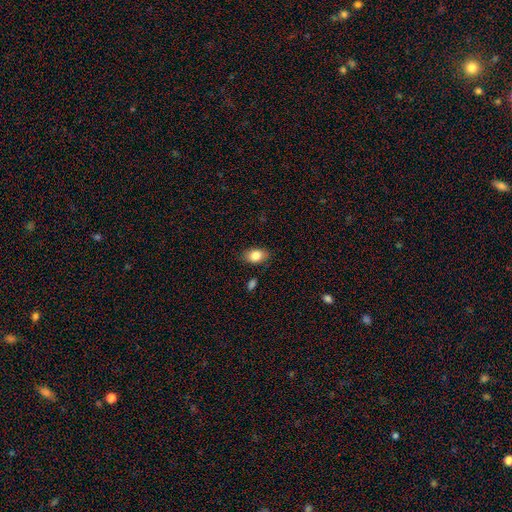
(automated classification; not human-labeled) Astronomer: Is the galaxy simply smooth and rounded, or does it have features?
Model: smooth — 84%.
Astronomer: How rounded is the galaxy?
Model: in between — 86%.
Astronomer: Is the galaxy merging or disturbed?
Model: none — 83%.